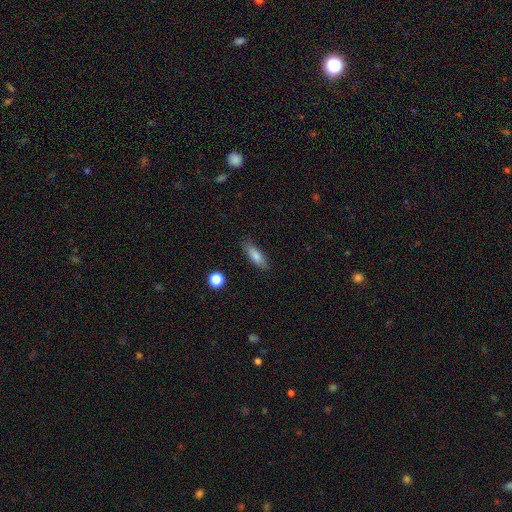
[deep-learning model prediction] Morphology: type=smooth (79%); roundness=in between (50%); merging=none (81%).